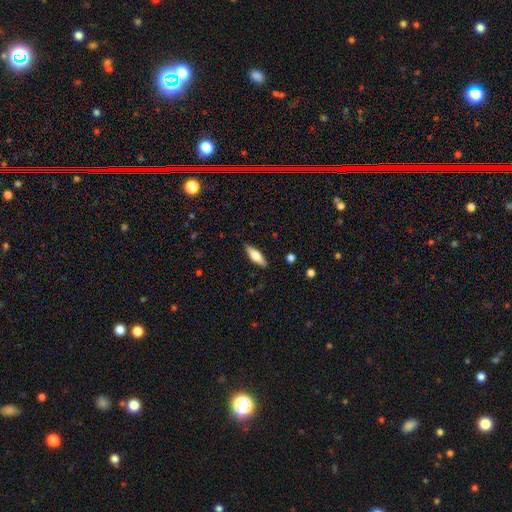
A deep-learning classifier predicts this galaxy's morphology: Overall: smooth (54%; featured or disk 40%). How rounded: in between (53%; cigar-shaped 44%). Merging: none (87%).